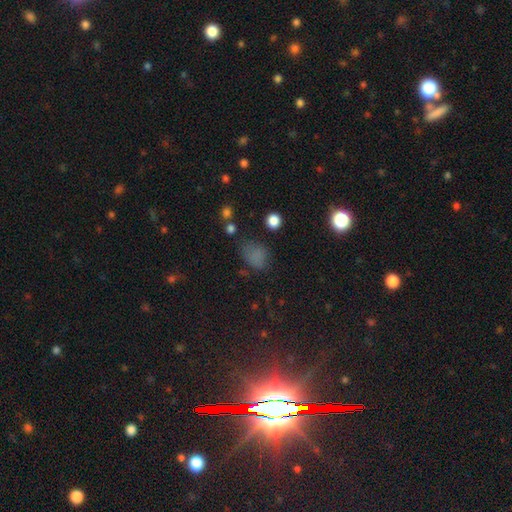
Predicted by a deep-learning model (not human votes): Morphology: type=smooth (71%); roundness=in between (67%); merging=none (59%).